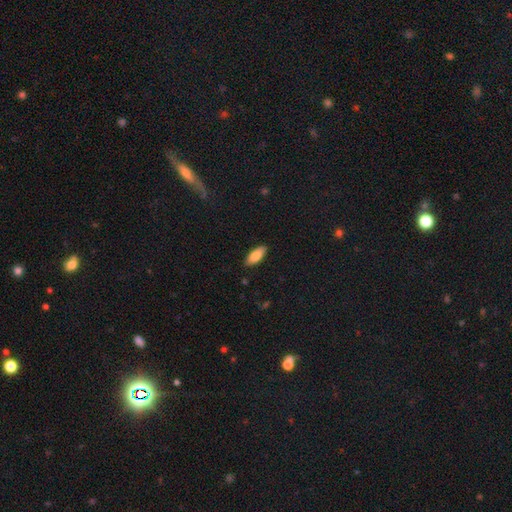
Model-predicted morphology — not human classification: Smooth or featured?
  - smooth: 84% *
  - featured or disk: 10%
  - star or artifact: 6%
How rounded?
  - in between: 77% *
  - cigar-shaped: 22%
  - round: 2%
Merging?
  - none: 87% *
  - minor disturbance: 10%
  - major disturbance: 2%
  - merger: 1%